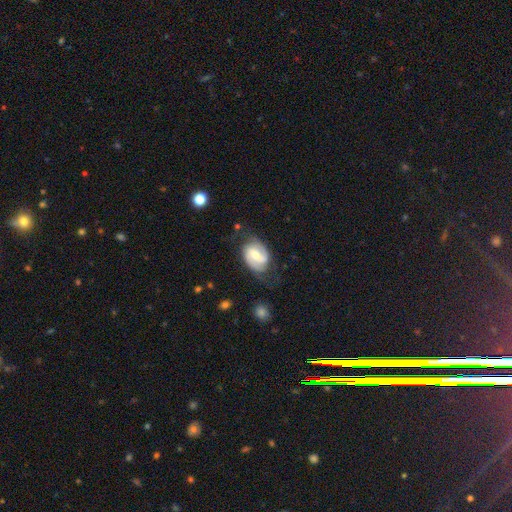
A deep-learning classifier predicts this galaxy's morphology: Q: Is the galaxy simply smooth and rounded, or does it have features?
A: featured or disk — 75%.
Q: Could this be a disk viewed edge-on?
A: no — 97%.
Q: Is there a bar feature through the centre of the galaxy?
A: weak — 52%.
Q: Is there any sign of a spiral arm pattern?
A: yes — 93%.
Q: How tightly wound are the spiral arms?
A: medium — 46%.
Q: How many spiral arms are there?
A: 2 — 85%.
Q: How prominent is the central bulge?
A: moderate — 56%.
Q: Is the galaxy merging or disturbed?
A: none — 62%.